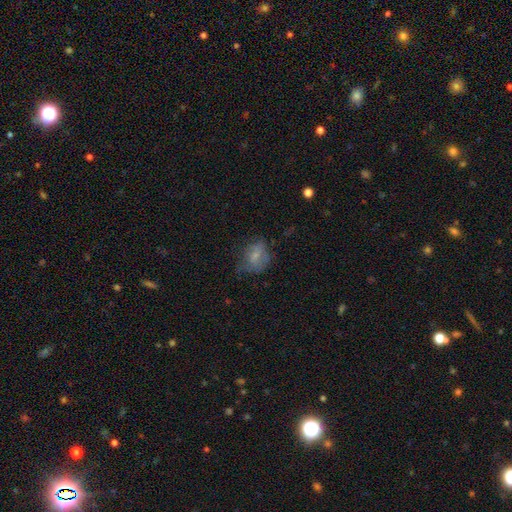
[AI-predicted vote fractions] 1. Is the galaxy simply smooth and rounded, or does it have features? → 58% smooth, 30% featured or disk, 12% star or artifact.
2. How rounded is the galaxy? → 56% in between, 43% round, 2% cigar-shaped.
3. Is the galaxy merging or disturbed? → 45% none, 29% minor disturbance, 24% major disturbance, 2% merger.